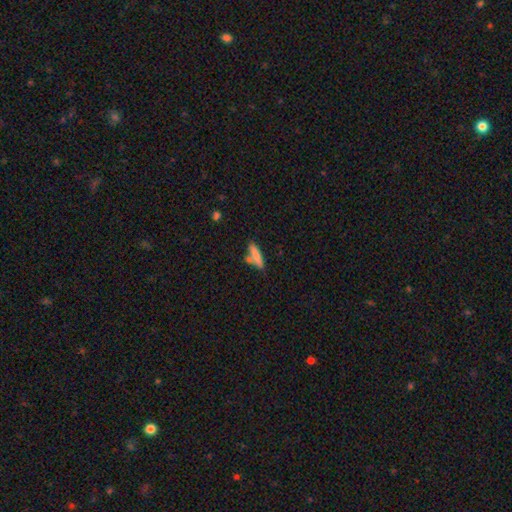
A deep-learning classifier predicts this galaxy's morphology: A smooth galaxy with no disk features (78%) that is cigar-shaped (75%).

Vote fractions:
- Smooth or featured? smooth: 78% / featured or disk: 15% / star or artifact: 7%
- How rounded? cigar-shaped: 75% / in between: 23% / round: 2%
- Merging? none: 62% / merger: 20% / minor disturbance: 15% / major disturbance: 4%